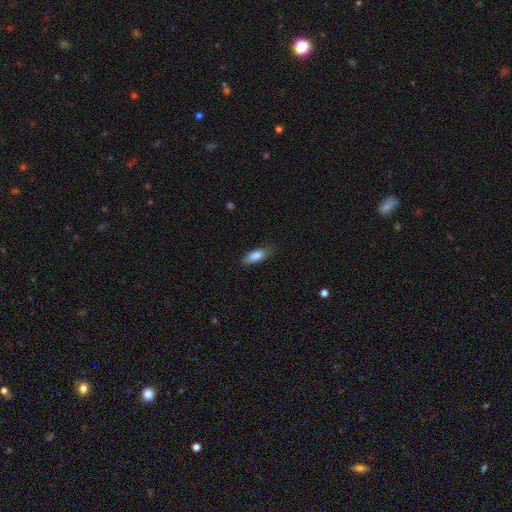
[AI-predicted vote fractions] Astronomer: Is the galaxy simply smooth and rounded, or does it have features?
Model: smooth — 86%.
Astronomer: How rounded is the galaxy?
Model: in between — 76%.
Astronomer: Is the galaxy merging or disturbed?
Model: none — 81%.